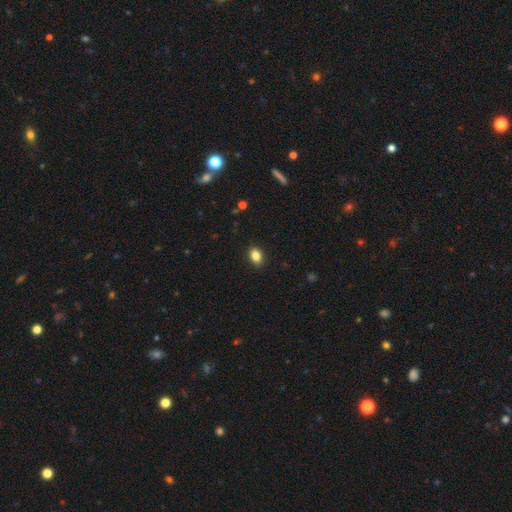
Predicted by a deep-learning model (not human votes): Smooth or featured? Predicted: smooth (p=0.85). How rounded? Predicted: in between (p=0.73). Merging? Predicted: none (p=0.89).